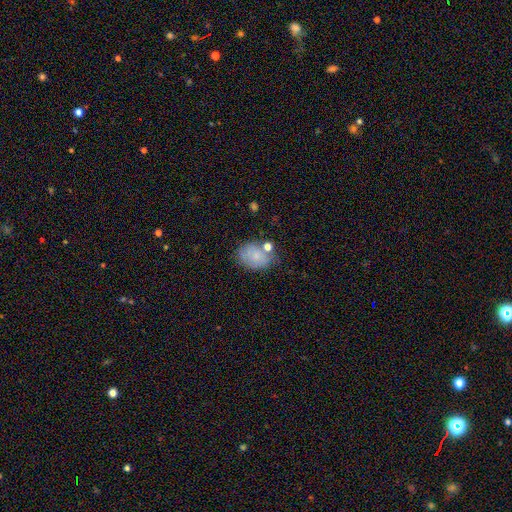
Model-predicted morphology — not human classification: smooth-or-featured: smooth: 75% | featured or disk: 16% | star or artifact: 9%
  how-rounded: in between: 73% | round: 26% | cigar-shaped: 1%
  merging: none: 57% | minor disturbance: 22% | merger: 13% | major disturbance: 7%